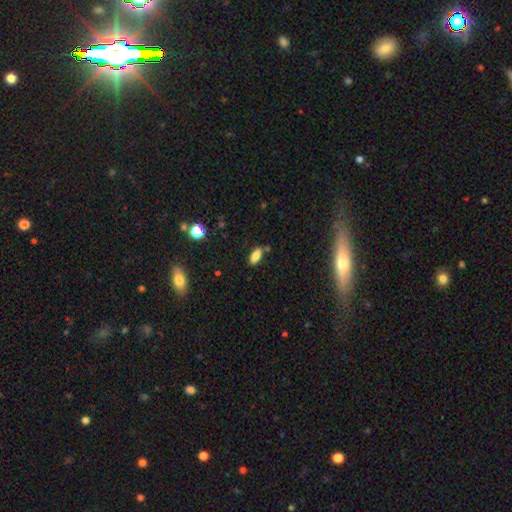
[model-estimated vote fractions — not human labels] Q: Smooth or featured?
A: smooth (80%); runner-up: featured or disk (11%)
Q: How rounded?
A: in between (83%); runner-up: cigar-shaped (14%)
Q: Merging?
A: none (77%); runner-up: minor disturbance (13%)